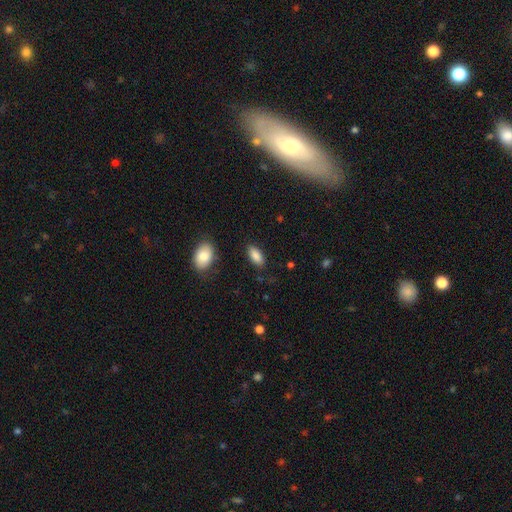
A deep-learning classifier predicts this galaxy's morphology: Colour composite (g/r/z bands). It shows a smooth galaxy with no disk features (87%) that is in between round and cigar-shaped (92%). Merging: none (84%).